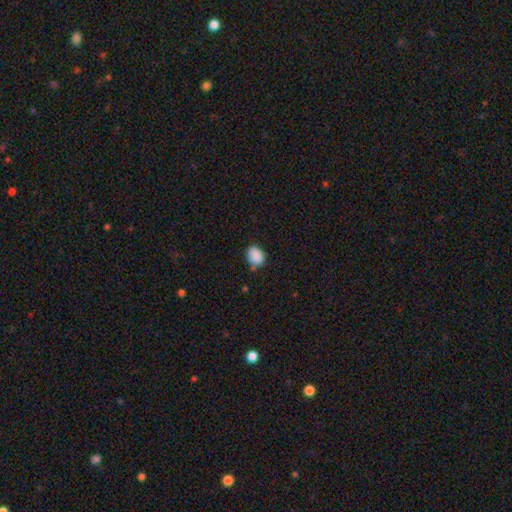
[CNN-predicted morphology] This appears to be a smooth galaxy with no disk features (88%) that is in between round and cigar-shaped (61%). Merging: none (67%).